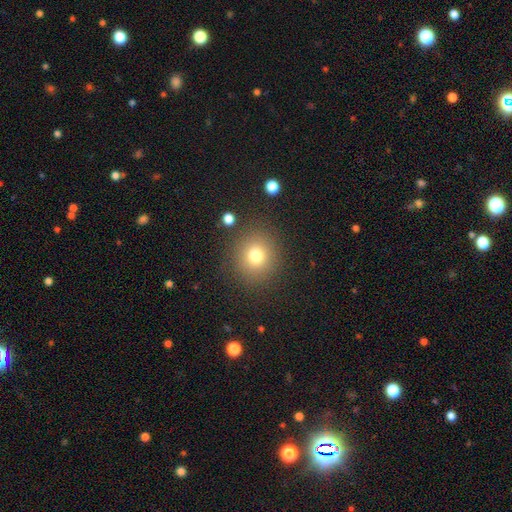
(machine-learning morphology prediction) Smooth or featured? smooth (76%)
How rounded? round (86%)
Merging? none (85%)